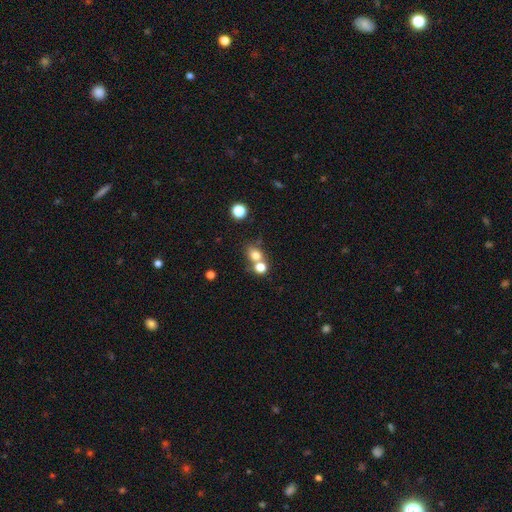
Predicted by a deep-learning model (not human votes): The model was most divided on "merging": none: 46%, merger: 41%, minor disturbance: 9%, major disturbance: 4%. More confident: smooth or featured — smooth (75%); how rounded — round (66%).